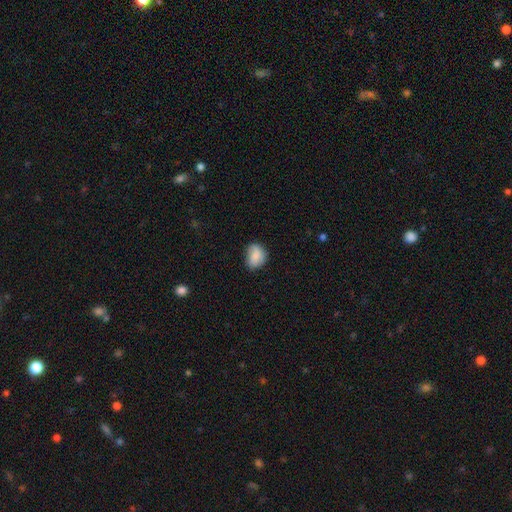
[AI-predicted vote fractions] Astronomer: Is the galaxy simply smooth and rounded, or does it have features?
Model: smooth — 83%.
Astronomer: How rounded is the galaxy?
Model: in between — 57% (runner-up: round, 42%).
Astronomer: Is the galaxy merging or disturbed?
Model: none — 65%.